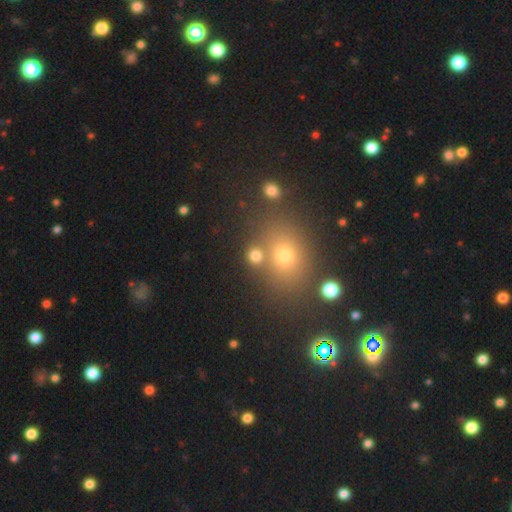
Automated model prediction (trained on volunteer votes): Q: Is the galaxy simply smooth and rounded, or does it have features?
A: smooth — 74%.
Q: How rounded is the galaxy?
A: round — 68%.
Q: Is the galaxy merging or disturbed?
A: none — 68%.